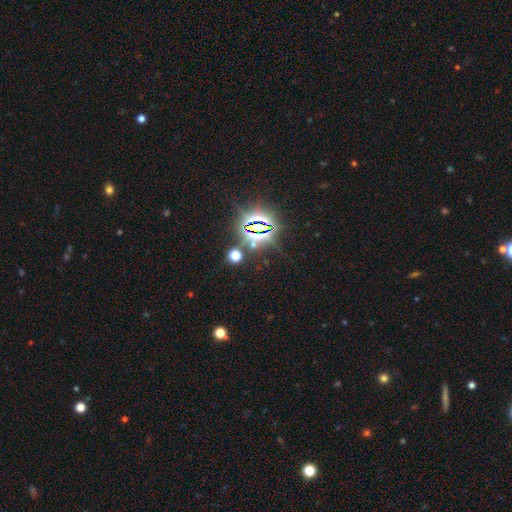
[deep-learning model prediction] Q: Smooth or featured?
A: star or artifact (84%); runner-up: smooth (9%)